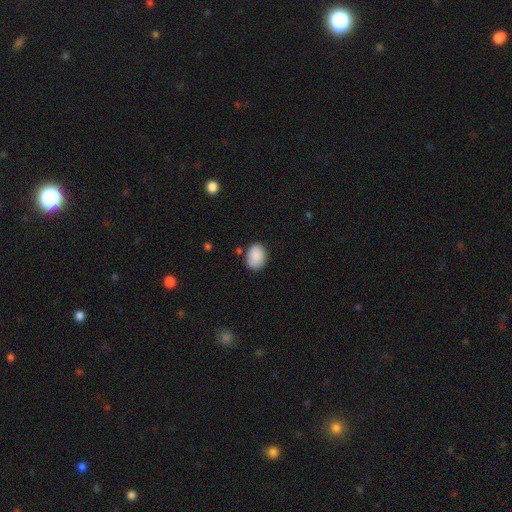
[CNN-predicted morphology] type=smooth (89%); roundness=in between (70%); merging=none (76%).